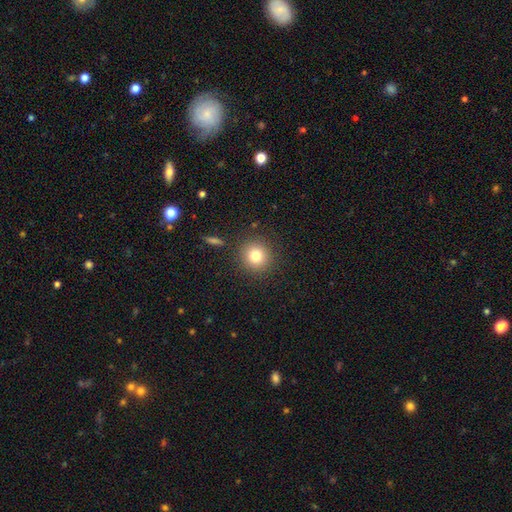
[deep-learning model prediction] This is likely a smooth galaxy (80%). How rounded: clearly round (92%). Merging: clearly none (88%).